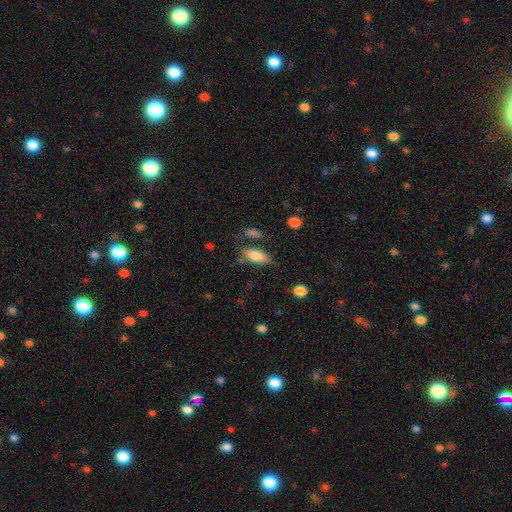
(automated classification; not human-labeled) Smooth or featured? Predicted: smooth (p=0.74). How rounded? Predicted: in between (p=0.75). Merging? Predicted: none (p=0.65).